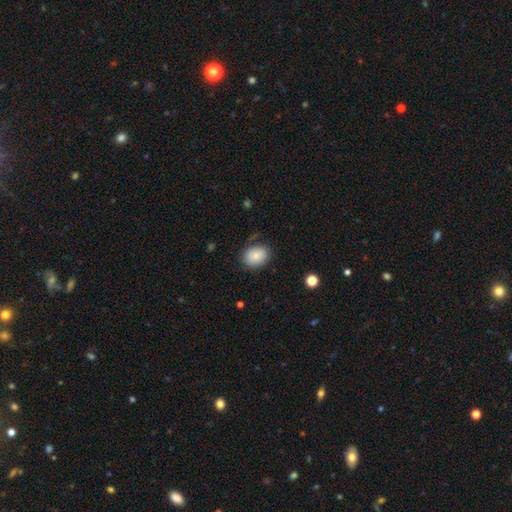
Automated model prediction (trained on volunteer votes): Smooth or featured? smooth (85%)
How rounded? in between (63%)
Merging? none (80%)